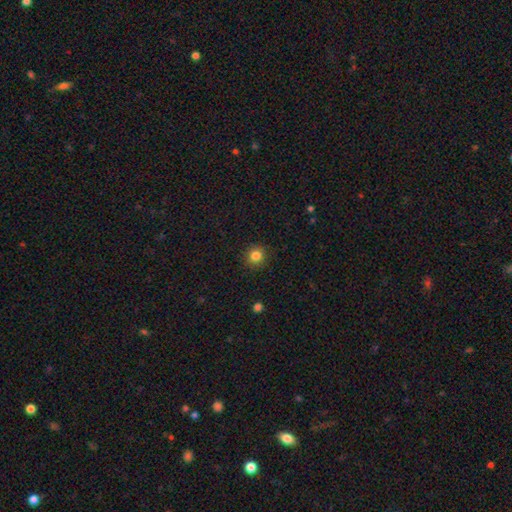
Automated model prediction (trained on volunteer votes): This is clearly a smooth galaxy (83%). How rounded: clearly round (89%). Merging: clearly none (90%).